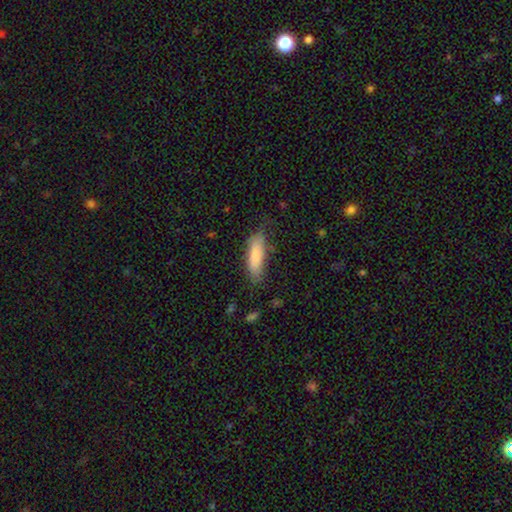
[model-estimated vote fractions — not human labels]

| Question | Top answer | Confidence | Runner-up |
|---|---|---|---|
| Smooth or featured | smooth | 84% | featured or disk (10%) |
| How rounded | in between | 53% | cigar-shaped (46%) |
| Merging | none | 70% | minor disturbance (22%) |